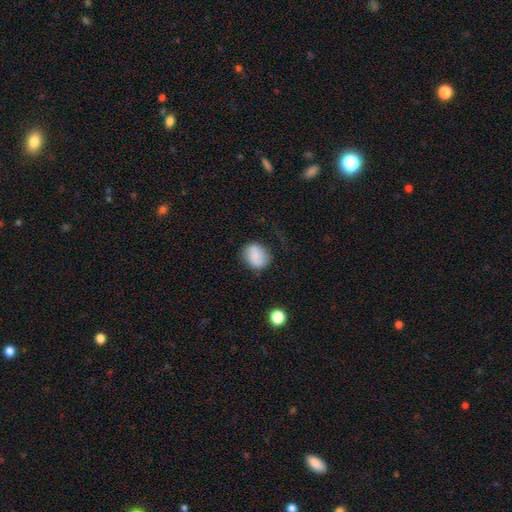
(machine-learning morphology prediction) This appears to be a smooth galaxy with no disk features (79%) that is round (59%). Merging: none (68%).